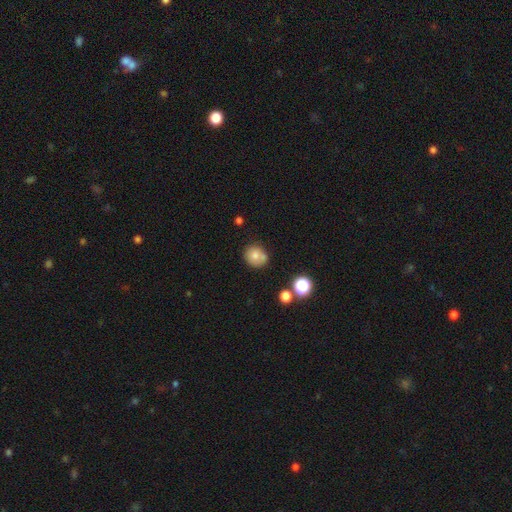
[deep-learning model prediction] Smooth or featured? Predicted: smooth (p=0.75). How rounded? Predicted: round (p=0.79). Merging? Predicted: none (p=0.64).